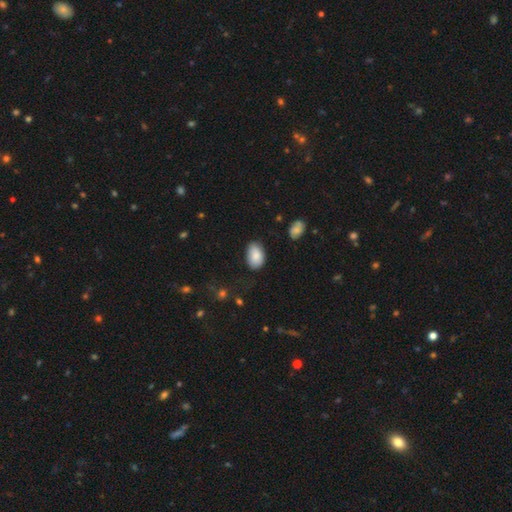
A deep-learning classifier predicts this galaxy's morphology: Smooth or featured?
  - smooth: 86% *
  - star or artifact: 7%
  - featured or disk: 7%
How rounded?
  - in between: 91% *
  - round: 8%
  - cigar-shaped: 1%
Merging?
  - none: 74% *
  - minor disturbance: 21%
  - major disturbance: 4%
  - merger: 2%